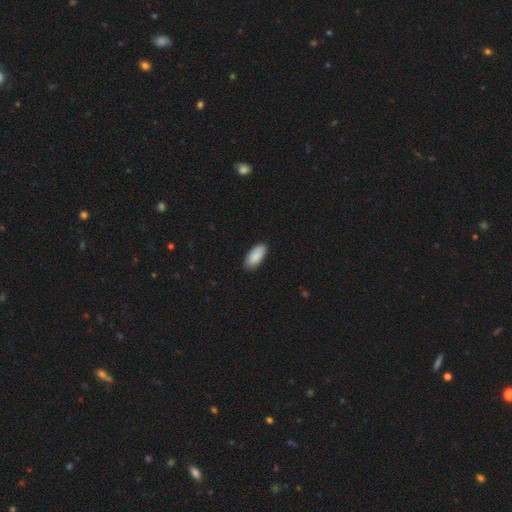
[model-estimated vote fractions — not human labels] smooth-or-featured: smooth: 88% | featured or disk: 6% | star or artifact: 6%
  how-rounded: in between: 93% | cigar-shaped: 6% | round: 2%
  merging: none: 85% | minor disturbance: 12% | major disturbance: 2% | merger: 1%